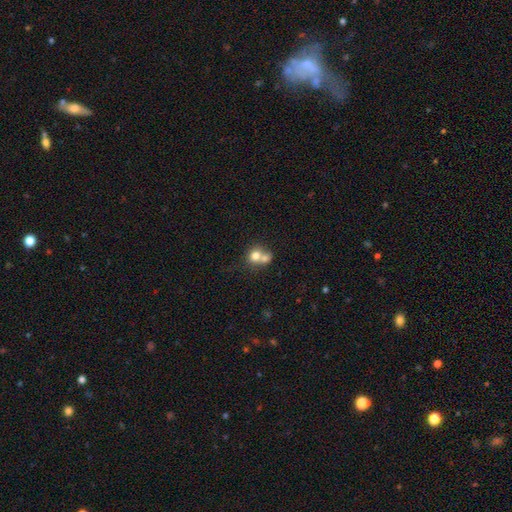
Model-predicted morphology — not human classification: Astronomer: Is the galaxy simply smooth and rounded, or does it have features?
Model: smooth — 72%.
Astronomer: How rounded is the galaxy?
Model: round — 70%.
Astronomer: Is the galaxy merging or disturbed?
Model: merger — 65%.